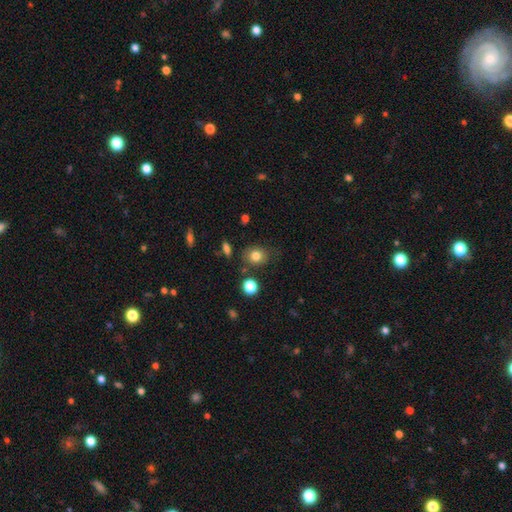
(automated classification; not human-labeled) A smooth galaxy with no disk features (80%) that is round (58%). Merging: none (75%).